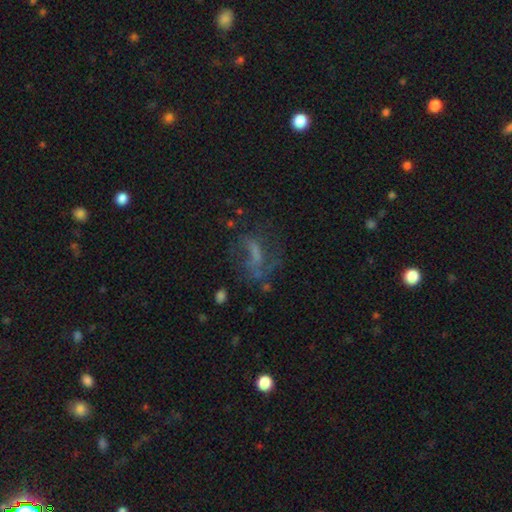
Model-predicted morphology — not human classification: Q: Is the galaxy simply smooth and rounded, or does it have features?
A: featured or disk — 46%.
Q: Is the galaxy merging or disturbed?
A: none — 46%.